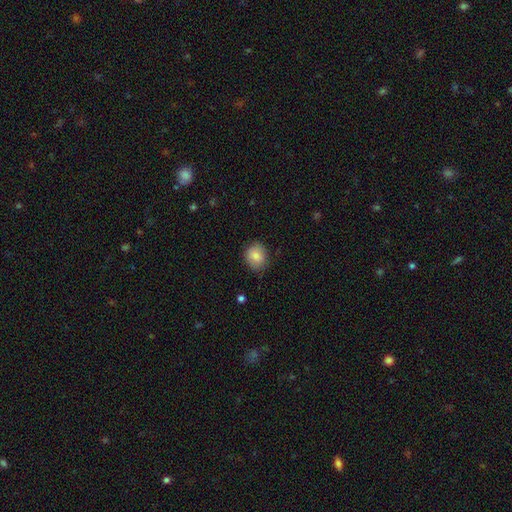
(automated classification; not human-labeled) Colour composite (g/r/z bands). It shows a smooth galaxy with no disk features (85%) that is round (70%). Merging: none (81%).